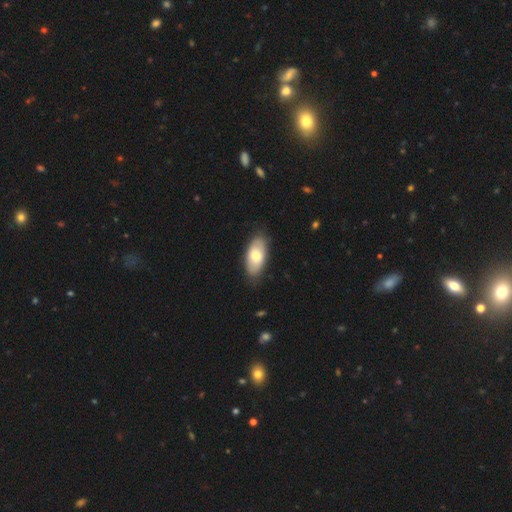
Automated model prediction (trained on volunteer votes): Smooth or featured? smooth (72%)
How rounded? in between (92%)
Merging? none (84%)